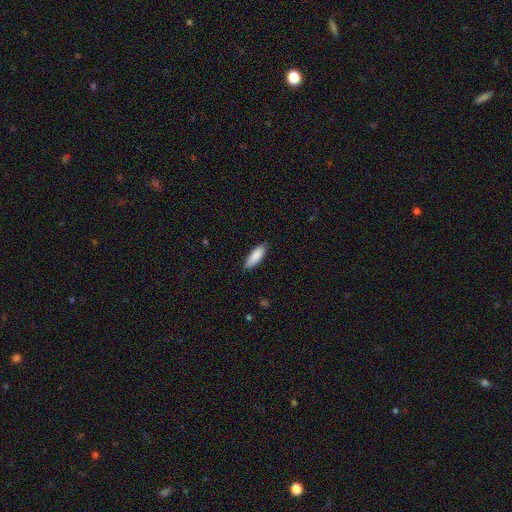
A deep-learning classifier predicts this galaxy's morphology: Smooth or featured? smooth (88%)
How rounded? in between (62%)
Merging? none (85%)